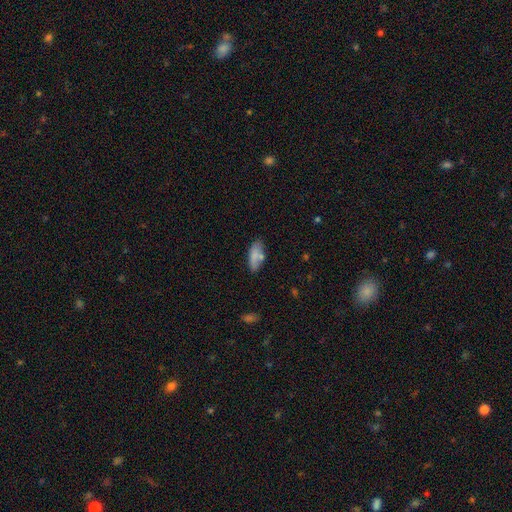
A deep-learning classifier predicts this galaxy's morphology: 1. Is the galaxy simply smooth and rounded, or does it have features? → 80% smooth, 13% featured or disk, 7% star or artifact.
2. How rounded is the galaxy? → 77% in between, 21% cigar-shaped, 2% round.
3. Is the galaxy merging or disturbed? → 67% none, 18% minor disturbance, 10% merger, 5% major disturbance.